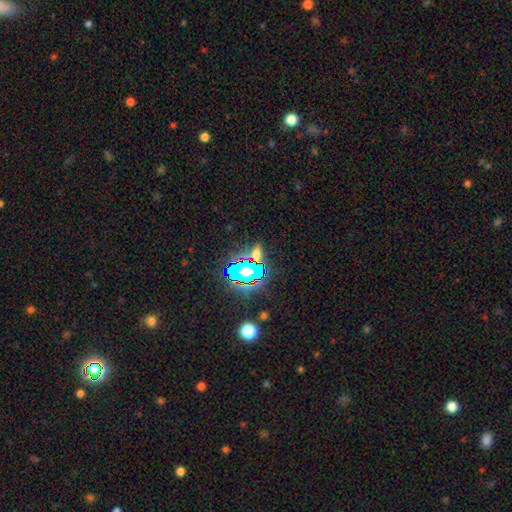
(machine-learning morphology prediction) star or artifact 54%, smooth 33%, featured or disk 14%.